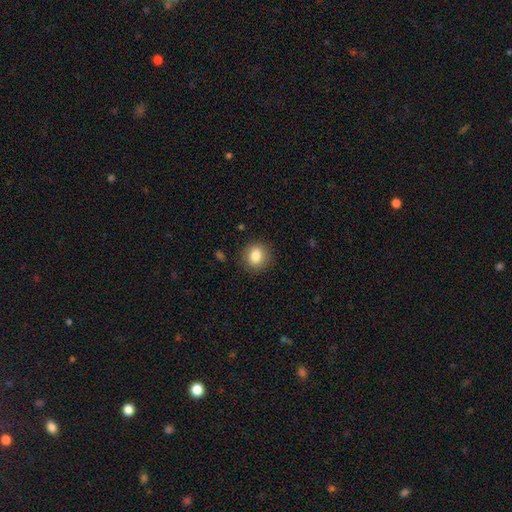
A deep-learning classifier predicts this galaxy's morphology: smooth_or_featured: smooth (p=0.84) [alt: star or artifact p=0.09]
how_rounded: round (p=0.75) [alt: in between p=0.24]
merging: none (p=0.87) [alt: minor disturbance p=0.09]